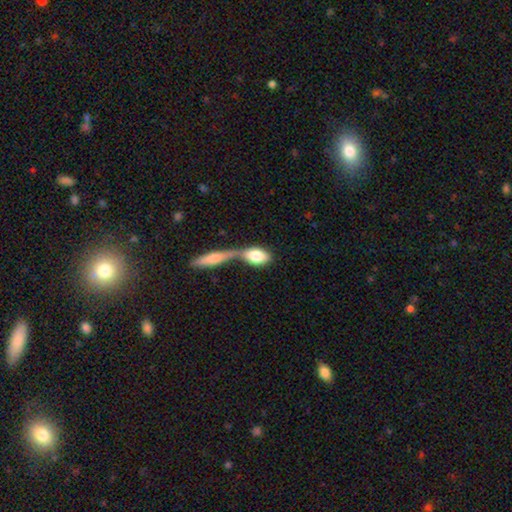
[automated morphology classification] smooth_or_featured: smooth (p=0.78) [alt: featured or disk p=0.16]
how_rounded: in between (p=0.84) [alt: round p=0.10]
merging: merger (p=0.60) [alt: none p=0.24]